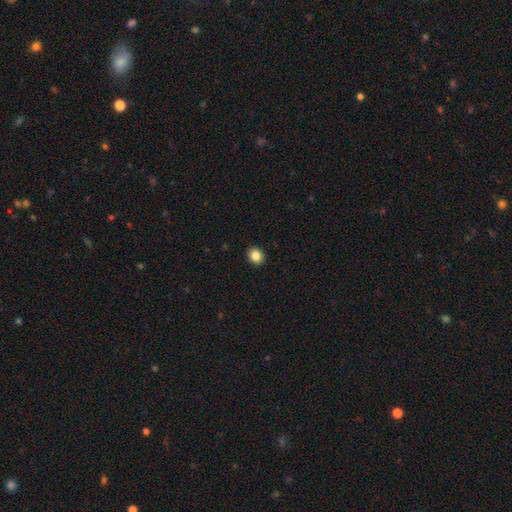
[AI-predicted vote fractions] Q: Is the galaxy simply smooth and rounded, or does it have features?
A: smooth — 86%.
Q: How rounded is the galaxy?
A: round — 69%.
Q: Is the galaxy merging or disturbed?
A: none — 92%.